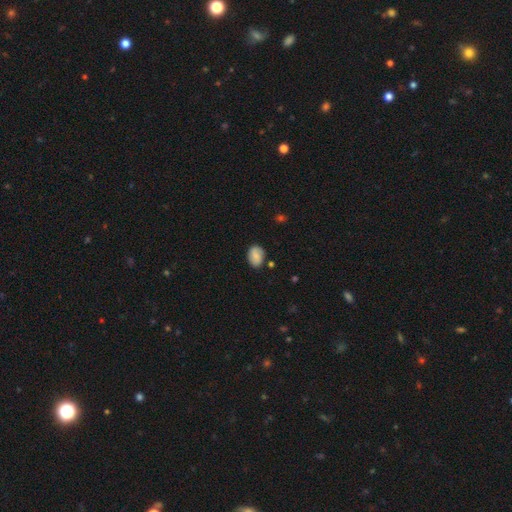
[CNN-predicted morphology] type=smooth (73%); roundness=in between (72%); merging=none (77%).